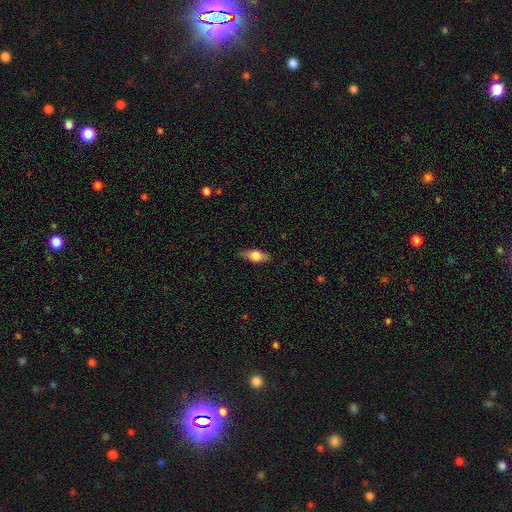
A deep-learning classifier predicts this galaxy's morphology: Smooth or featured?
  - smooth: 60% *
  - featured or disk: 33%
  - star or artifact: 7%
How rounded?
  - in between: 73% *
  - cigar-shaped: 21%
  - round: 6%
Merging?
  - none: 84% *
  - minor disturbance: 12%
  - major disturbance: 3%
  - merger: 1%